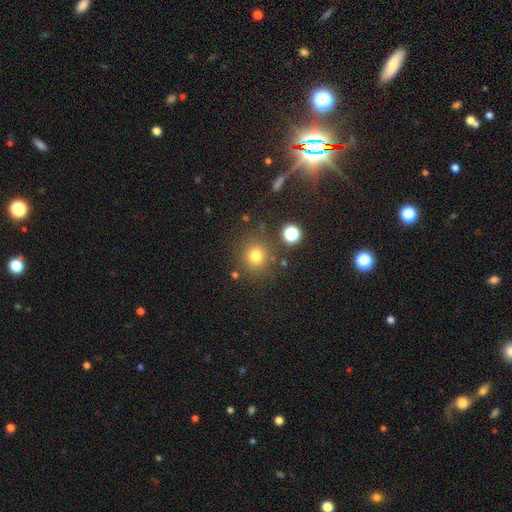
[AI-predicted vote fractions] Overall: smooth (75%). How rounded: round (89%). Merging: none (81%).